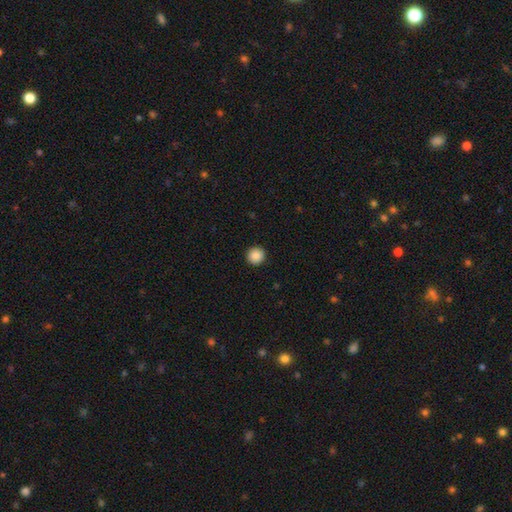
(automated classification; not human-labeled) Smooth or featured? Predicted: smooth (p=0.88). How rounded? Predicted: round (p=0.94). Merging? Predicted: none (p=0.93).